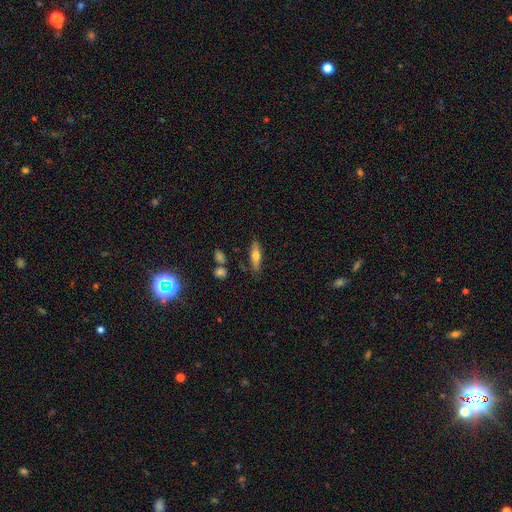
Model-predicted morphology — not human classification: The model was most divided on "how rounded": cigar-shaped: 61%, in between: 37%, round: 3%. More confident: merging — none (81%); smooth or featured — smooth (59%).